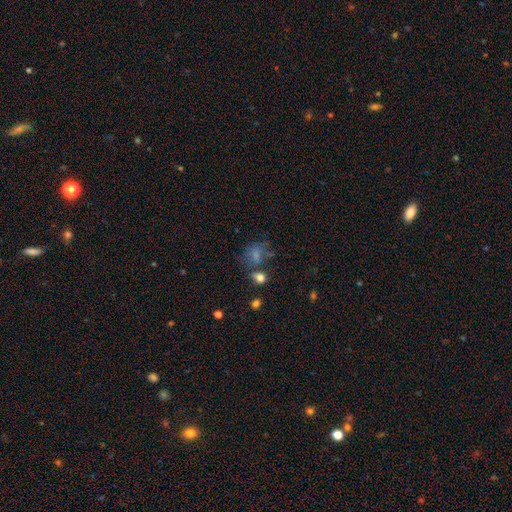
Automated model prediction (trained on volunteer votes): smooth-or-featured: smooth: 42% | star or artifact: 32% | featured or disk: 26%
  merging: none: 54% | minor disturbance: 18% | major disturbance: 15% | merger: 13%